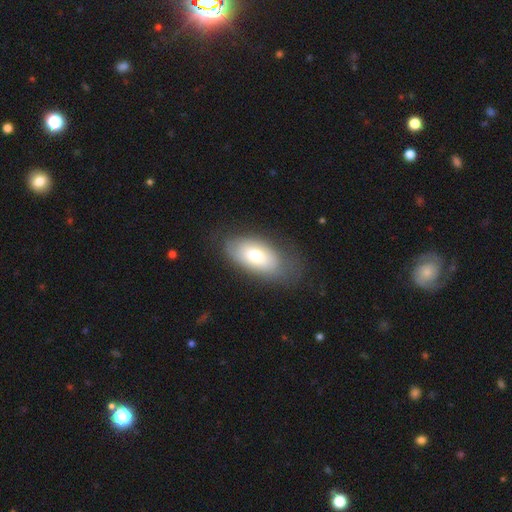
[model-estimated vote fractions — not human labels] Morphology: type=smooth (65%); roundness=in between (92%); merging=none (65%).